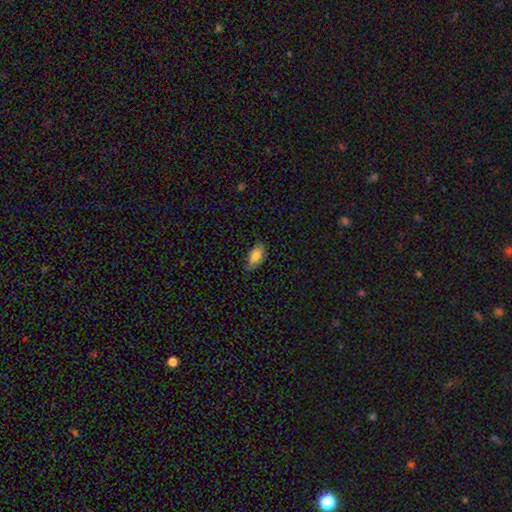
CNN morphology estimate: A smooth galaxy with no disk features (81%) that is in between round and cigar-shaped (90%).

Vote fractions:
- Smooth or featured? smooth: 81% / featured or disk: 11% / star or artifact: 7%
- How rounded? in between: 90% / cigar-shaped: 7% / round: 3%
- Merging? none: 72% / minor disturbance: 23% / major disturbance: 4% / merger: 1%